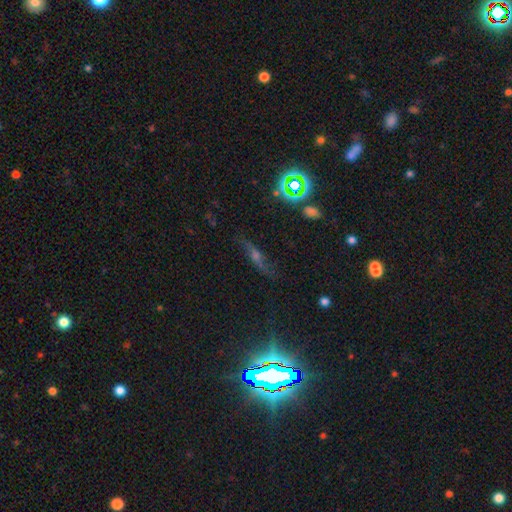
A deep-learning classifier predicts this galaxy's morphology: smooth_or_featured: featured or disk (p=0.54) [alt: star or artifact p=0.24]
disk_edge_on: yes (p=0.53) [alt: no p=0.47]
merging: none (p=0.69) [alt: minor disturbance p=0.18]